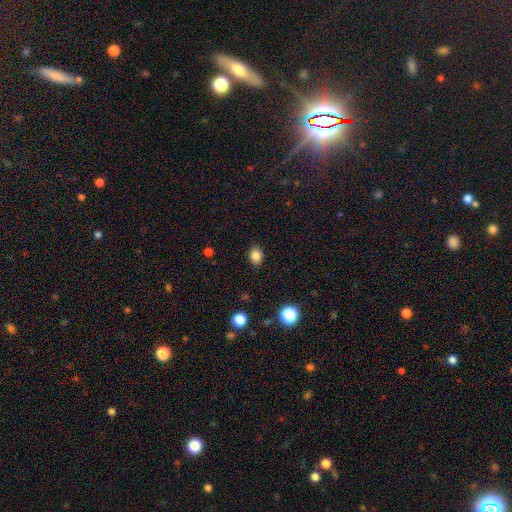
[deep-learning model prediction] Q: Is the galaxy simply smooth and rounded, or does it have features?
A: smooth — 83%.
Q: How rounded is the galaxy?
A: in between — 65%.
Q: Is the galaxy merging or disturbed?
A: none — 87%.